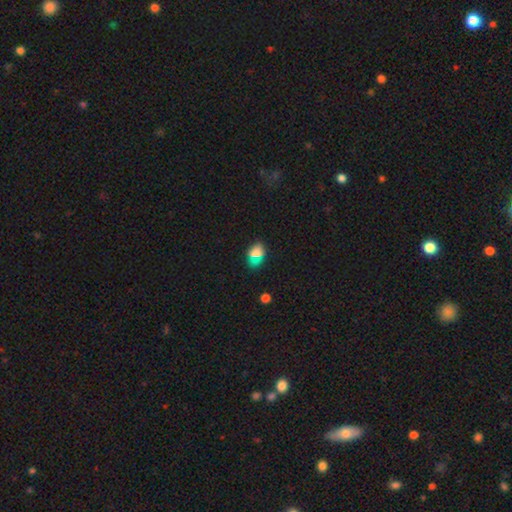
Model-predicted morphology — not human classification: Overall: smooth (71%). How rounded: in between (80%). Merging: none (85%).